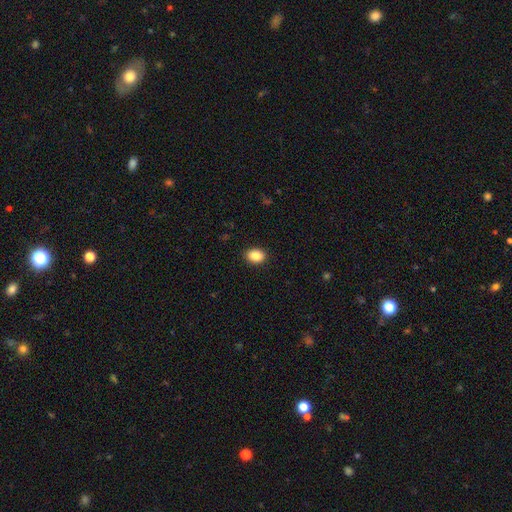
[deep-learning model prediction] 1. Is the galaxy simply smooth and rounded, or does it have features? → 87% smooth, 9% star or artifact, 5% featured or disk.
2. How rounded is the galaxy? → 70% in between, 29% round, 1% cigar-shaped.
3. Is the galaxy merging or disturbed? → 90% none, 7% minor disturbance, 2% major disturbance, 1% merger.